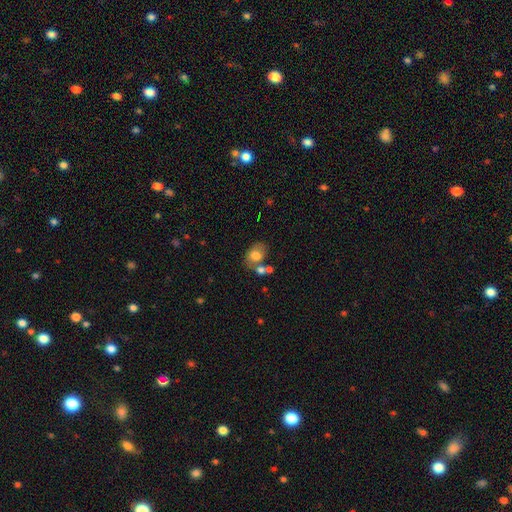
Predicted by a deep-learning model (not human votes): Q: Smooth or featured?
A: smooth (72%); runner-up: featured or disk (19%)
Q: How rounded?
A: in between (67%); runner-up: round (32%)
Q: Merging?
A: none (49%); runner-up: merger (25%)